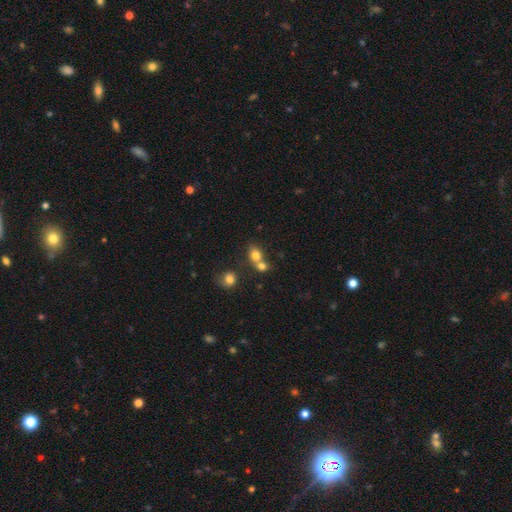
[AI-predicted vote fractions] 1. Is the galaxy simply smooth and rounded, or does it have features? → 76% smooth, 12% star or artifact, 11% featured or disk.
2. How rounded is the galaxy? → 49% in between (tied), 49% round (tied), 2% cigar-shaped.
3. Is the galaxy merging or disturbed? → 52% merger, 35% none, 9% minor disturbance, 4% major disturbance.